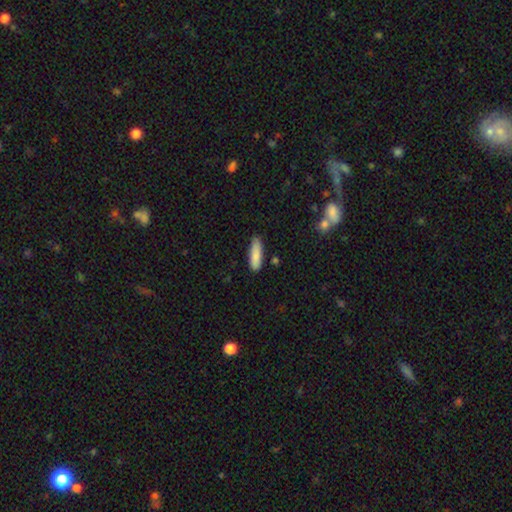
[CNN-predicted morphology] Q: Smooth or featured?
A: smooth (86%); runner-up: featured or disk (8%)
Q: How rounded?
A: cigar-shaped (56%); runner-up: in between (42%)
Q: Merging?
A: none (81%); runner-up: minor disturbance (14%)